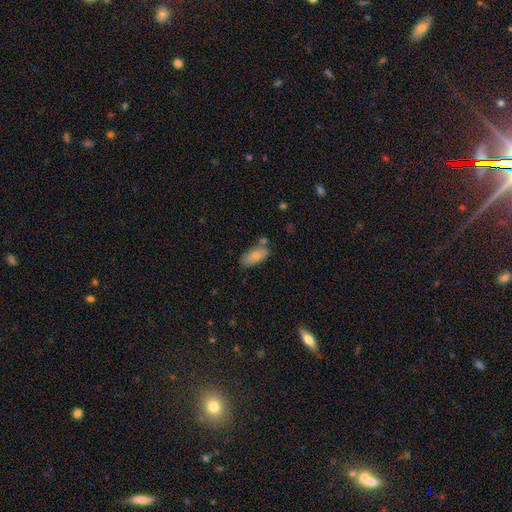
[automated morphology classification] smooth 79%, featured or disk 14%, star or artifact 7%. Down the decision tree: how rounded — in between (88%); merging — none (65%).